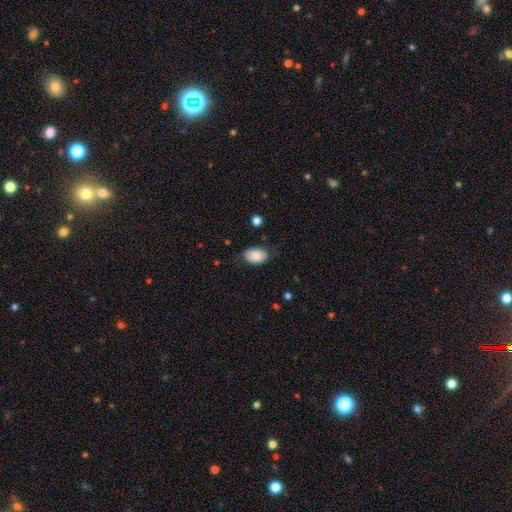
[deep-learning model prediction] smooth 84%, featured or disk 9%, star or artifact 7%. Down the decision tree: how rounded — in between (88%); merging — none (74%).